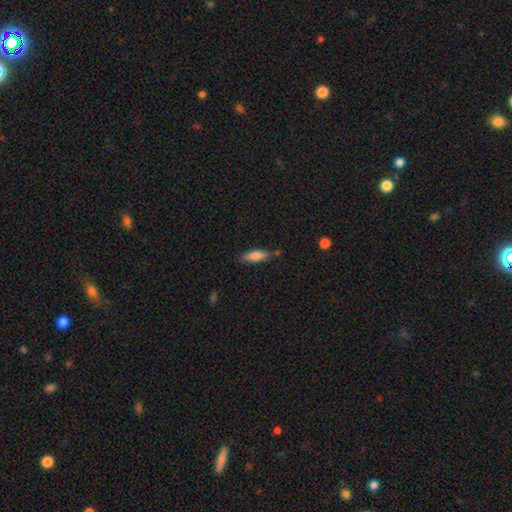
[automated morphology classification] This appears to be a smooth galaxy with no disk features (78%) that is in between round and cigar-shaped (55%). Merging: none (77%).